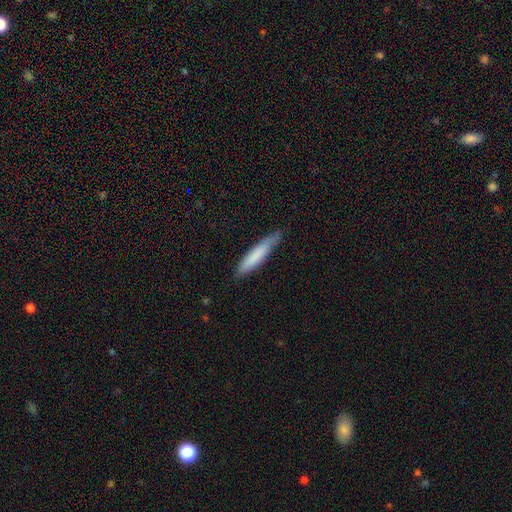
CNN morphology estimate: smooth 77%, featured or disk 18%, star or artifact 6%. Down the decision tree: how rounded — cigar-shaped (89%); merging — none (76%).